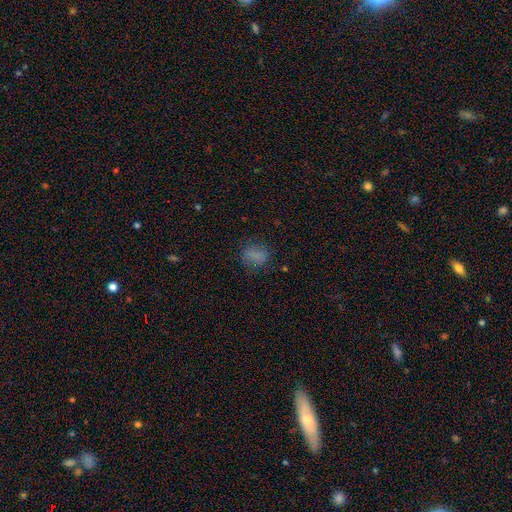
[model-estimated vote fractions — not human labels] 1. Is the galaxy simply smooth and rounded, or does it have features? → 75% smooth, 15% star or artifact, 10% featured or disk.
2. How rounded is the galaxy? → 51% round, 48% in between, 2% cigar-shaped.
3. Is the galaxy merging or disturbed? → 72% none, 18% minor disturbance, 8% major disturbance, 1% merger.